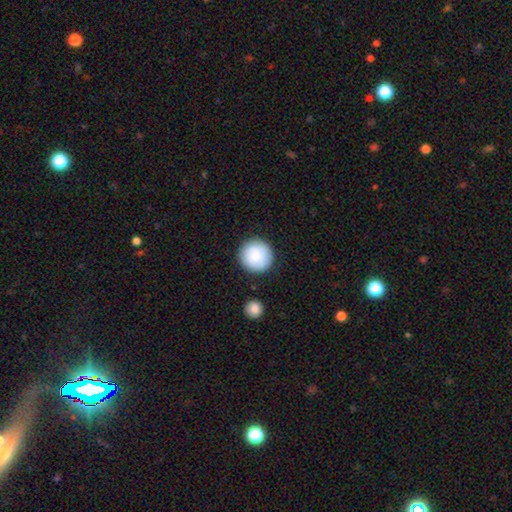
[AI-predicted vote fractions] Q: Smooth or featured?
A: smooth (88%); runner-up: star or artifact (6%)
Q: How rounded?
A: round (96%); runner-up: in between (3%)
Q: Merging?
A: none (88%); runner-up: minor disturbance (7%)